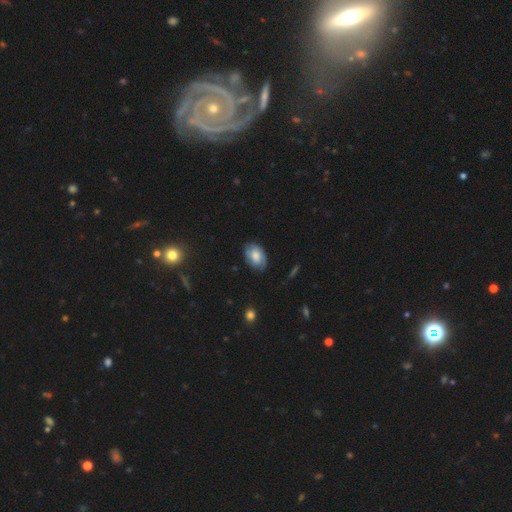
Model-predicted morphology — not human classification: Smooth or featured? Predicted: smooth (p=0.67). How rounded? Predicted: in between (p=0.87). Merging? Predicted: none (p=0.76).